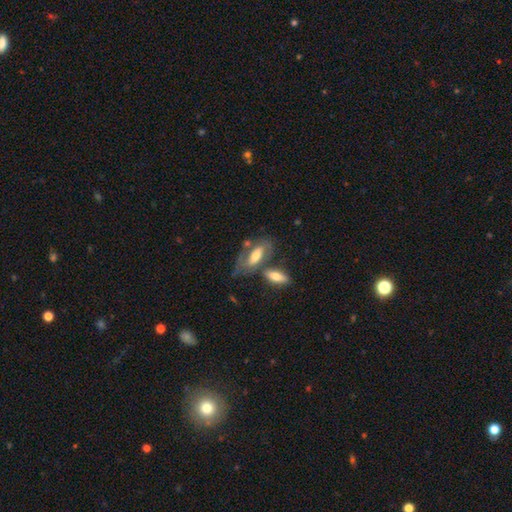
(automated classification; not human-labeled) Overall: featured or disk (48%; smooth 46%). Merging: none (43%; merger 28%).